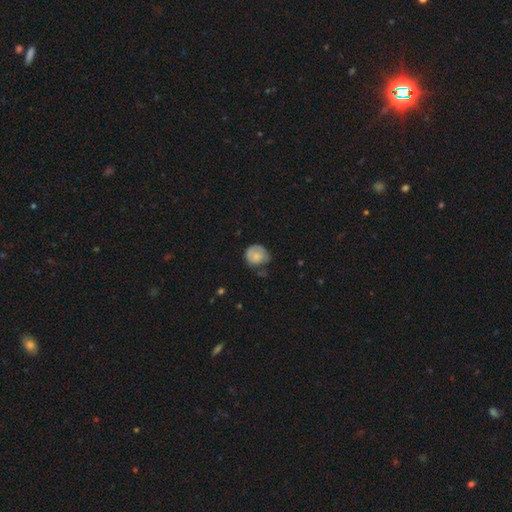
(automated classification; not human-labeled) Morphology: type=smooth (70%); roundness=round (79%); merging=none (51%).